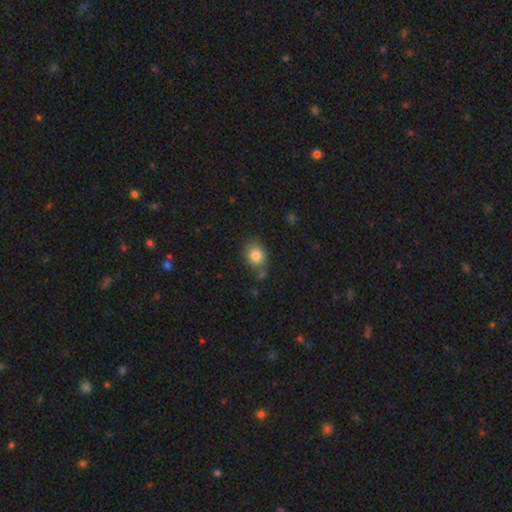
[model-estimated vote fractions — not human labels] Smooth or featured? smooth (82%)
How rounded? round (55%)
Merging? none (66%)